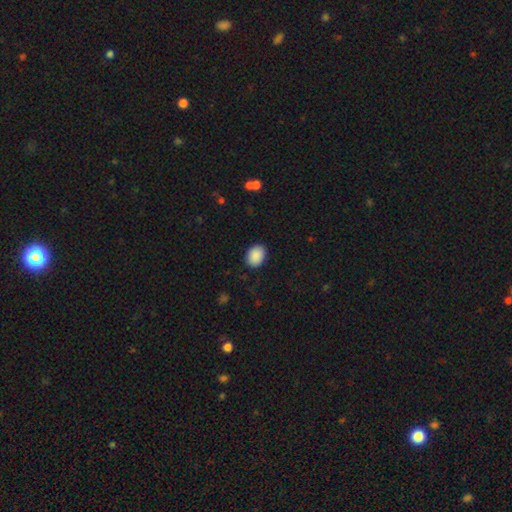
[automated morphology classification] type=smooth (90%); roundness=in between (64%); merging=none (88%).